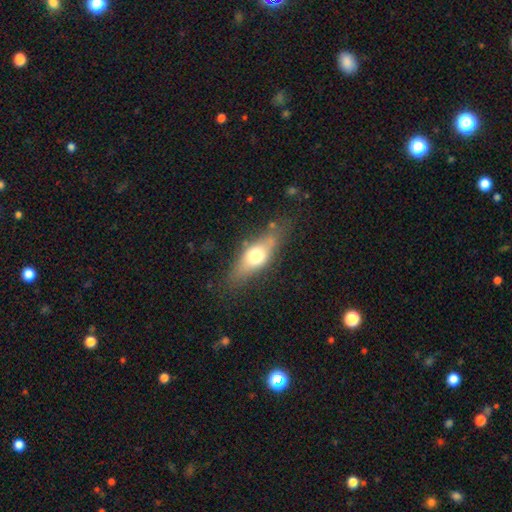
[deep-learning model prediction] Smooth or featured? smooth (58%)
How rounded? in between (60%)
Merging? none (72%)